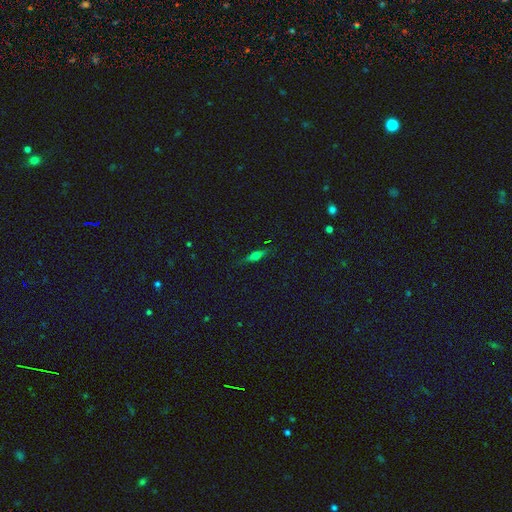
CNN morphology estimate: Overall: featured or disk (48%; smooth 41%). Merging: none (84%).